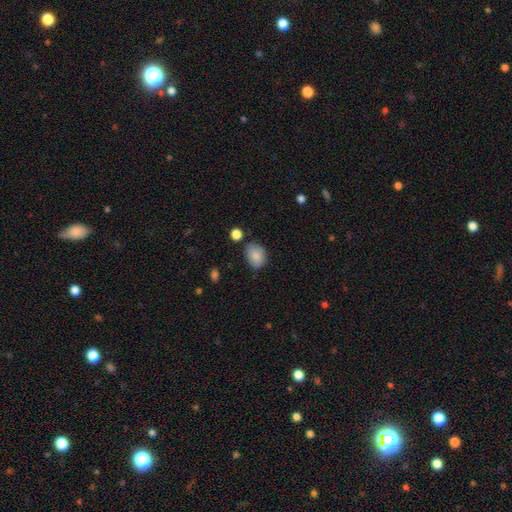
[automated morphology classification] type=smooth (85%); roundness=in between (70%); merging=none (76%).